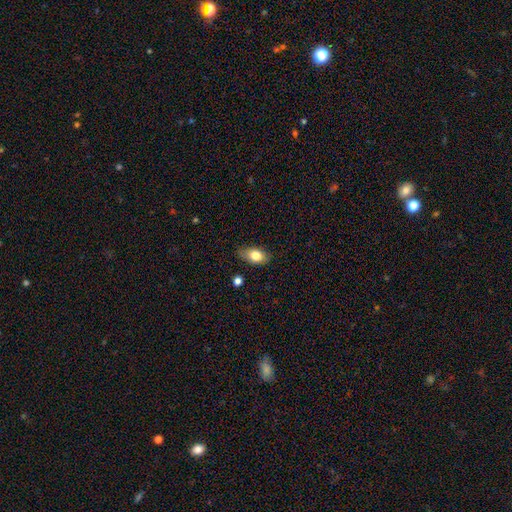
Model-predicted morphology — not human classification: smooth-or-featured: smooth: 80% | featured or disk: 12% | star or artifact: 8%
  how-rounded: in between: 87% | round: 10% | cigar-shaped: 3%
  merging: none: 73% | minor disturbance: 21% | major disturbance: 4% | merger: 2%